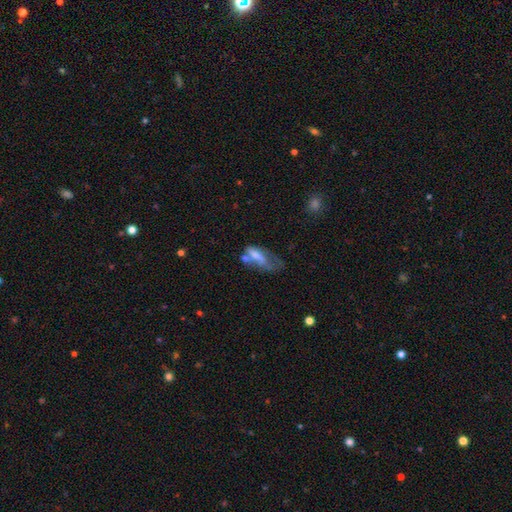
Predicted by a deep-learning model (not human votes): Morphology: type=smooth (59%); roundness=in between (70%); merging=major disturbance (41%).